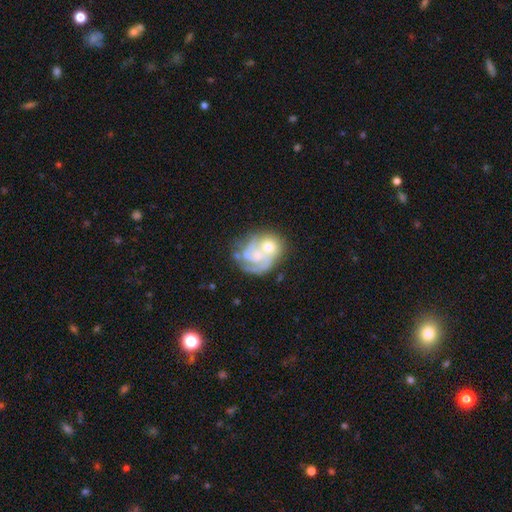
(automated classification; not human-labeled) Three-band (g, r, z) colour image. It shows a featured or disk galaxy (67%) with no bar (84%), spiral arms (54%) and a moderate central bulge (46%). Merging: none (34%, tied with merger).